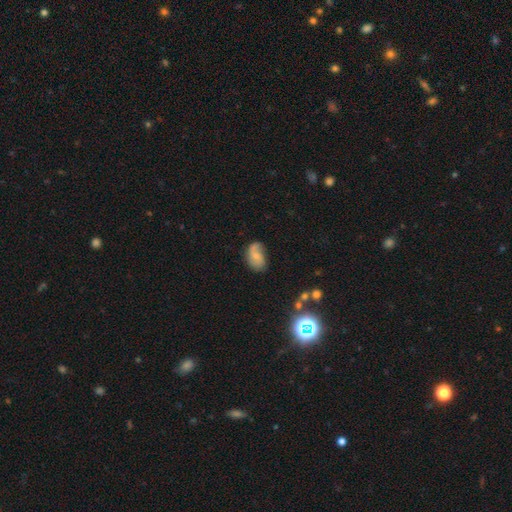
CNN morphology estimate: Smooth or featured? Predicted: featured or disk (p=0.51). Edge-on disk? Predicted: no (p=0.96). Merging? Predicted: none (p=0.53).